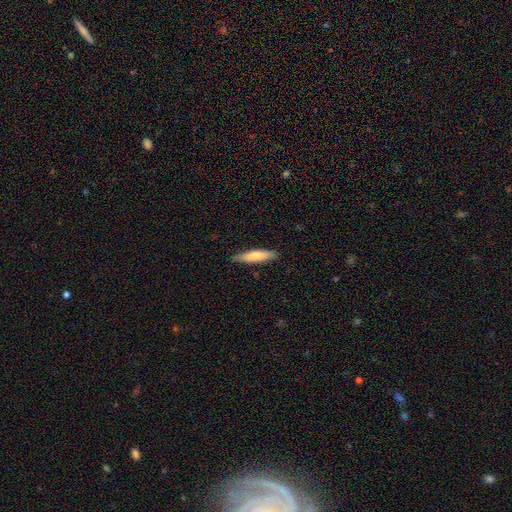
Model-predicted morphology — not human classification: Overall: smooth (74%). How rounded: cigar-shaped (82%). Merging: none (87%).